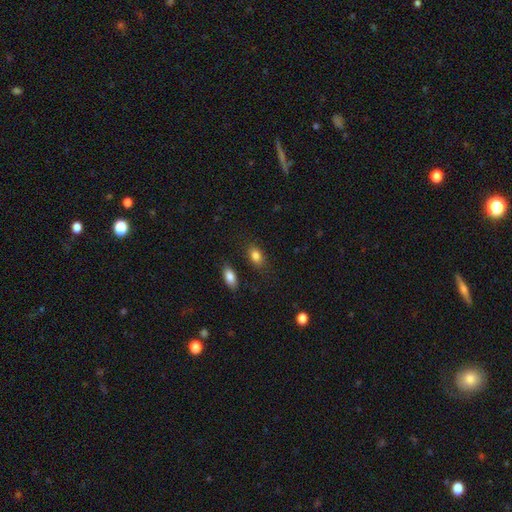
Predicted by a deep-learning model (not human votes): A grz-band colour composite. It shows a smooth galaxy with no disk features (84%) that is in between round and cigar-shaped (87%). Merging: none (81%).